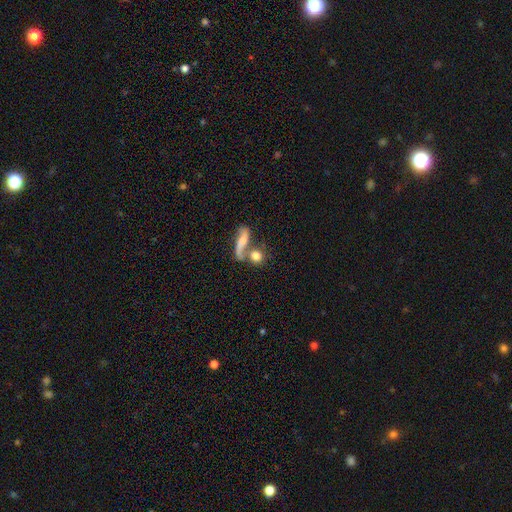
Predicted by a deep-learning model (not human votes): Q: Smooth or featured?
A: smooth (65%); runner-up: featured or disk (25%)
Q: How rounded?
A: round (65%); runner-up: in between (25%)
Q: Merging?
A: merger (41%); tied with: none (41%)